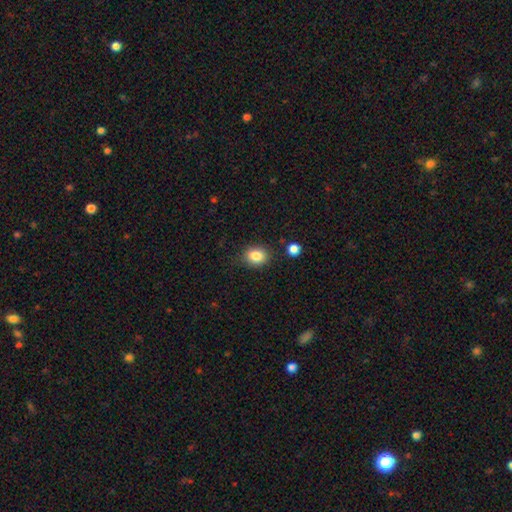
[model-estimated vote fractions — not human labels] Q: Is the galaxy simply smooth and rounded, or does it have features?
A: smooth — 85%.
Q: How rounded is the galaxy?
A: round — 56%.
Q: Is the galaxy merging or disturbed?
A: none — 81%.